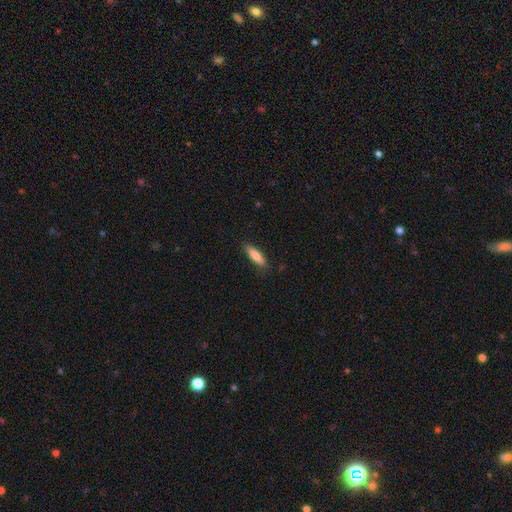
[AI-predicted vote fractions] This is likely a smooth galaxy (79%). How rounded: likely cigar-shaped (61%). Merging: clearly none (84%).